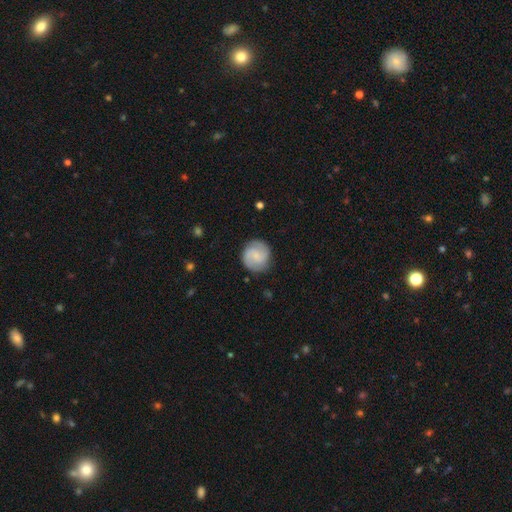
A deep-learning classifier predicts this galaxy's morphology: Smooth or featured: featured or disk — 58% (smooth — 36%)
Edge-on disk: no — 98% (yes — 2%)
Bar: weak — 47% (no — 43%)
Spiral arms: yes — 93% (no — 7%)
Spiral winding: medium — 46% (tight — 36%)
Spiral arm count: 2 — 81% (can't tell — 8%)
Bulge size: small — 51% (none — 29%)
Merging: none — 84% (minor disturbance — 11%)